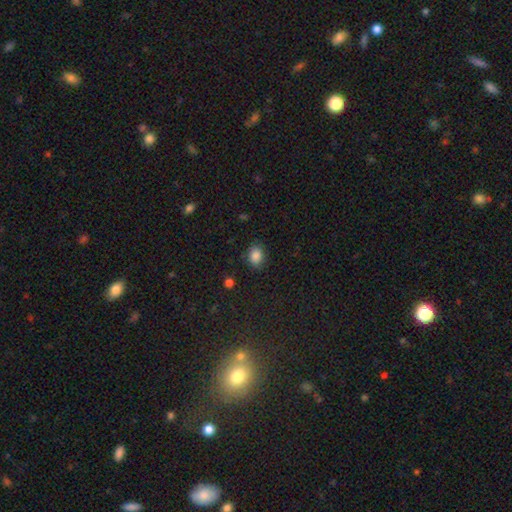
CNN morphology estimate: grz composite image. It shows a smooth galaxy with no disk features (86%) that is in between round and cigar-shaped (60%). Merging: none (83%).